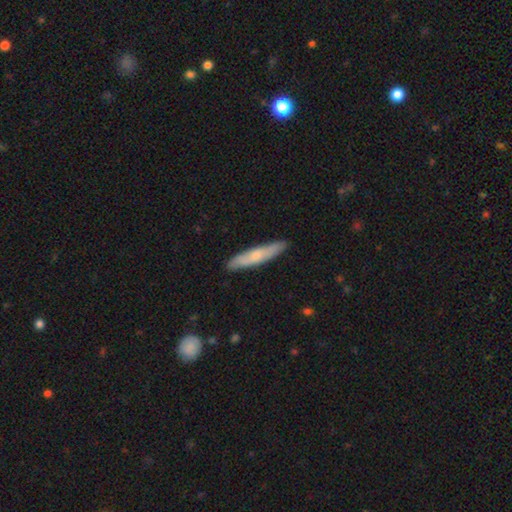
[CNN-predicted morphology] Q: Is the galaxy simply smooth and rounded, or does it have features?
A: smooth — 61%.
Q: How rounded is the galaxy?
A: cigar-shaped — 89%.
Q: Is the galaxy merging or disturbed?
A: none — 87%.